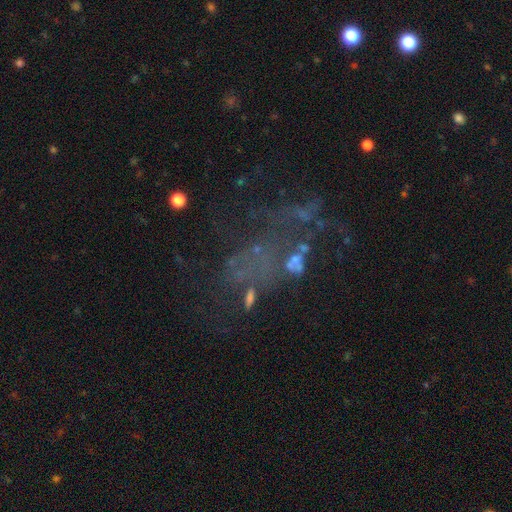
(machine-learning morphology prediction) Smooth or featured: featured or disk — 47% (star or artifact — 33%)
Merging: none — 38% (major disturbance — 36%)